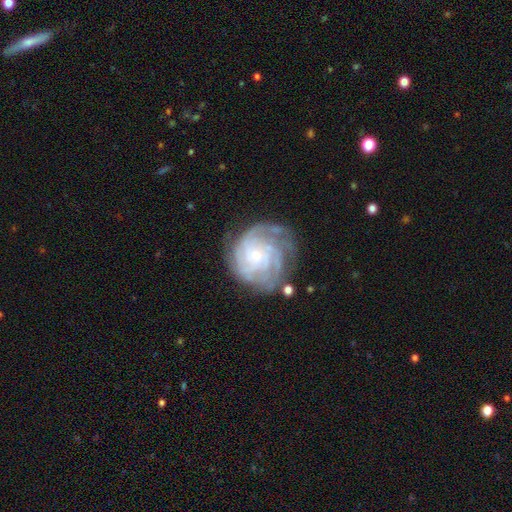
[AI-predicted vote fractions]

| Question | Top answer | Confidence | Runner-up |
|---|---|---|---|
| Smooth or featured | featured or disk | 84% | smooth (9%) |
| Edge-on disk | no | 98% | yes (2%) |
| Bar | no | 72% | weak (23%) |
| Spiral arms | yes | 96% | no (4%) |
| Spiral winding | tight | 71% | medium (24%) |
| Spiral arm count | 4 | 31% | can't tell (27%) |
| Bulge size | small | 72% | moderate (19%) |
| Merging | none | 69% | minor disturbance (19%) |